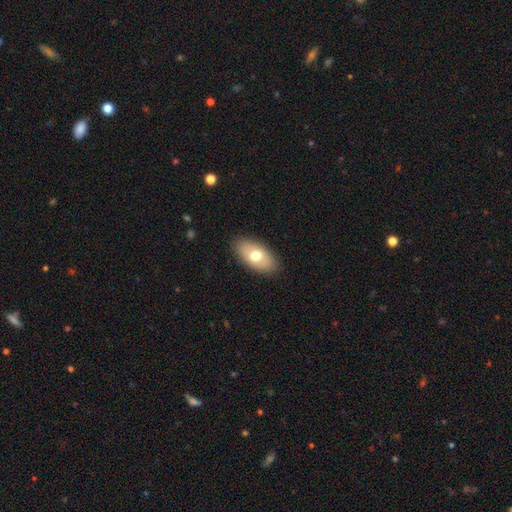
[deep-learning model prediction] This appears to be a smooth galaxy with no disk features (67%) that is in between round and cigar-shaped (92%). Merging: none (86%).